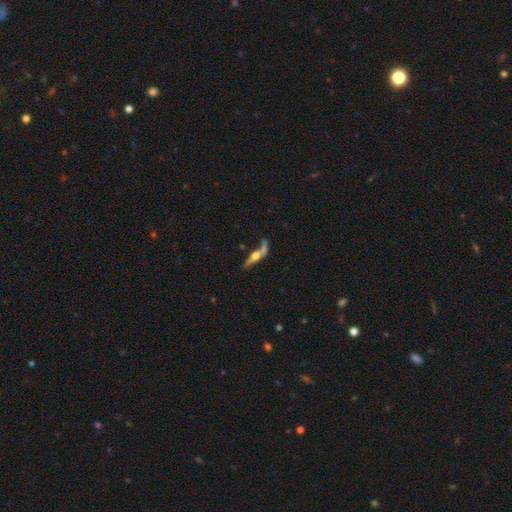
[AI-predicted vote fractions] A featured or disk galaxy (60%) viewed edge-on (85%) with a rounded central bulge (93%). Merging: none (44%).